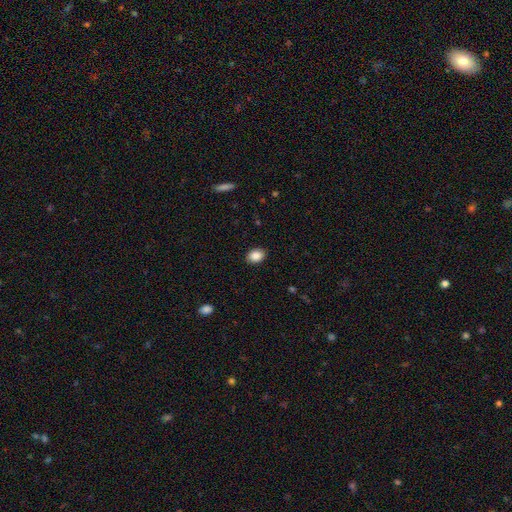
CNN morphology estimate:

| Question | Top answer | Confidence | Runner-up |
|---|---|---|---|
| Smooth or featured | smooth | 87% | star or artifact (8%) |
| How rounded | in between | 62% | round (37%) |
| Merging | none | 90% | minor disturbance (8%) |